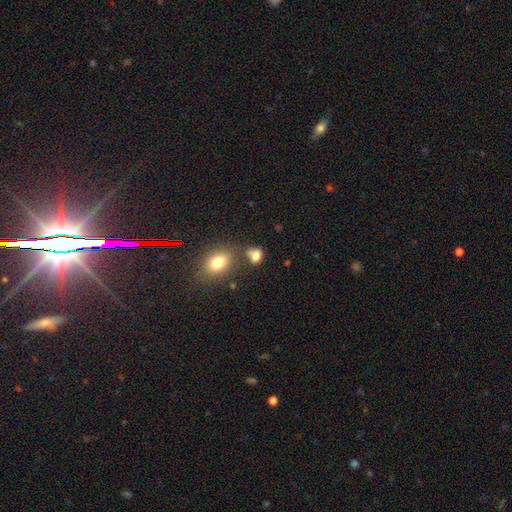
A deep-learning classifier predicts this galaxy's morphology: This is clearly a smooth galaxy (81%). How rounded: possibly in between (53%). Merging: possibly none (55%).